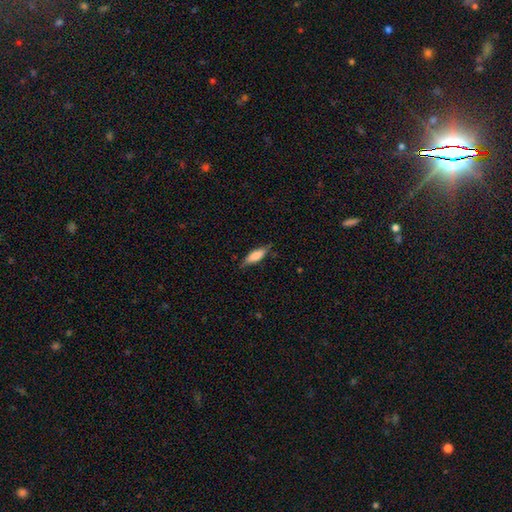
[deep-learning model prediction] smooth_or_featured: smooth (p=0.74) [alt: featured or disk p=0.20]
how_rounded: in between (p=0.54) [alt: cigar-shaped p=0.44]
merging: none (p=0.73) [alt: minor disturbance p=0.21]